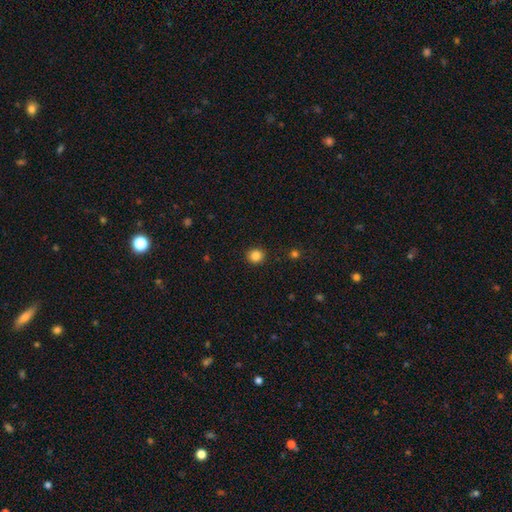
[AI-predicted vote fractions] smooth 85%, star or artifact 11%, featured or disk 4%. Down the decision tree: how rounded — round (89%); merging — none (92%).